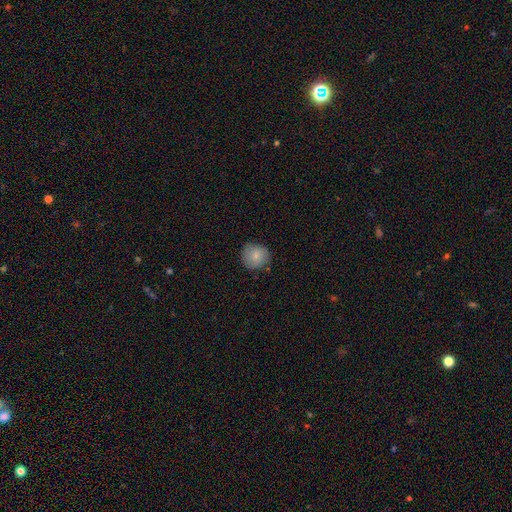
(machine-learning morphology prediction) smooth_or_featured: smooth (p=0.81) [alt: featured or disk p=0.11]
how_rounded: round (p=0.88) [alt: in between p=0.11]
merging: none (p=0.78) [alt: minor disturbance p=0.18]